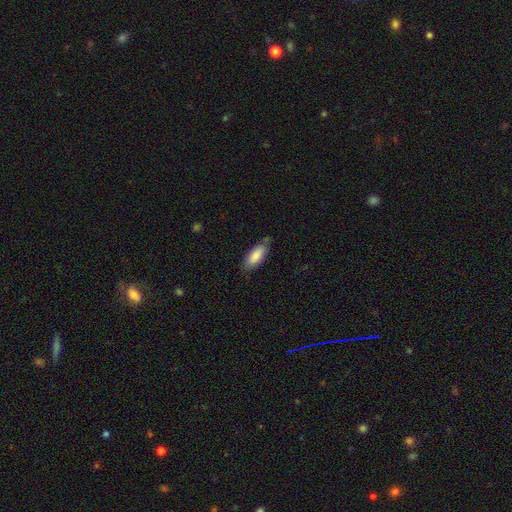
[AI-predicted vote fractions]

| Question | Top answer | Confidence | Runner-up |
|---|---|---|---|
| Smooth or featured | smooth | 85% | featured or disk (9%) |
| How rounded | in between | 78% | cigar-shaped (21%) |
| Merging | none | 72% | minor disturbance (22%) |